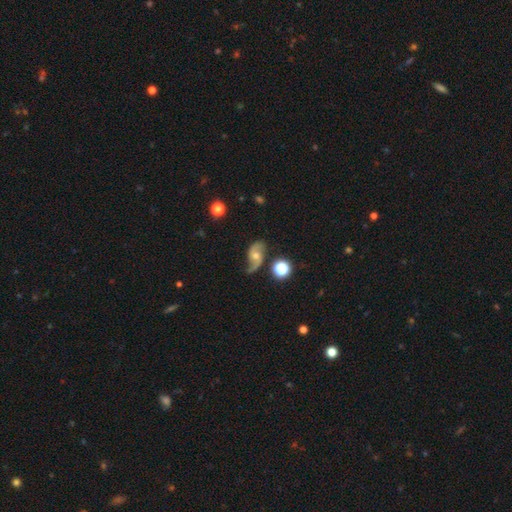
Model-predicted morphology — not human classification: featured or disk 81%, smooth 11%, star or artifact 8%. Down the decision tree: edge-on disk — no (97%); bar — no (59%); spiral arms — yes (96%); spiral arm count — 2 (89%); spiral winding — loose (67%); bulge size — moderate (51%); merging — none (64%).